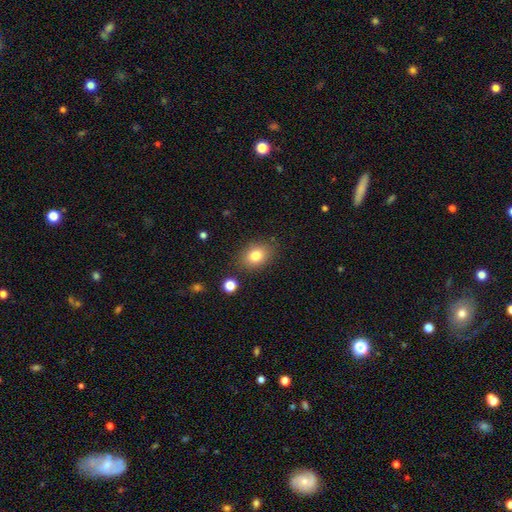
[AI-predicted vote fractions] Overall: smooth (80%). How rounded: in between (63%; round 36%). Merging: none (83%).